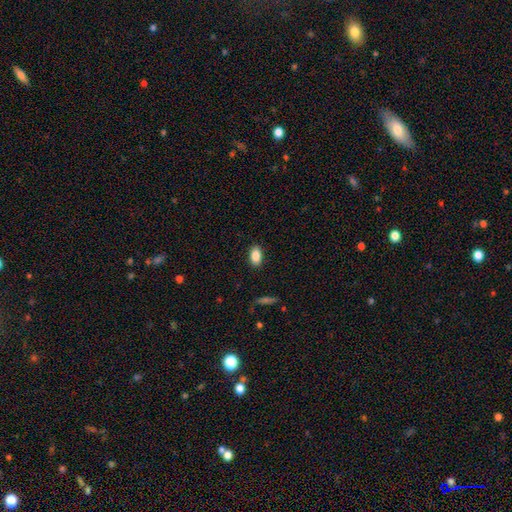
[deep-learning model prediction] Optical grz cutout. It shows a smooth galaxy with no disk features (87%) that is in between round and cigar-shaped (91%). Merging: none (88%).